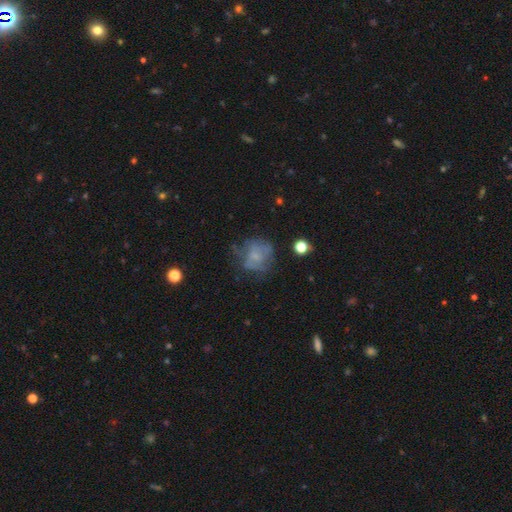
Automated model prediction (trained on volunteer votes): A smooth galaxy with no disk features (45%).

Vote fractions:
- Smooth or featured? smooth: 45% / featured or disk: 41% / star or artifact: 14%
- Merging? none: 52% / minor disturbance: 24% / major disturbance: 22% / merger: 3%